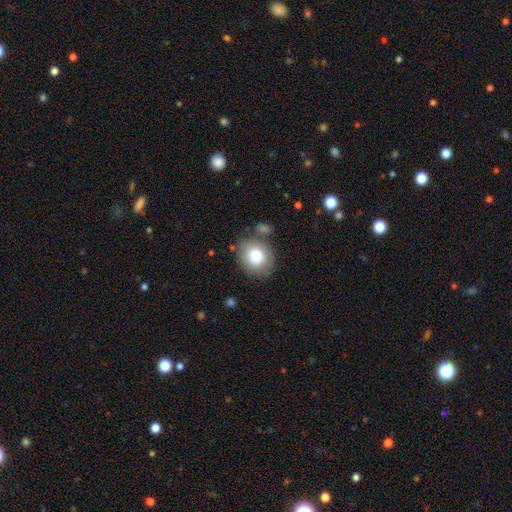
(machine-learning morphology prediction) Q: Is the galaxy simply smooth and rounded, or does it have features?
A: smooth — 81%.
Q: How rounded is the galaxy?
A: round — 70%.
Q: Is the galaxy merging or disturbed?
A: none — 71%.